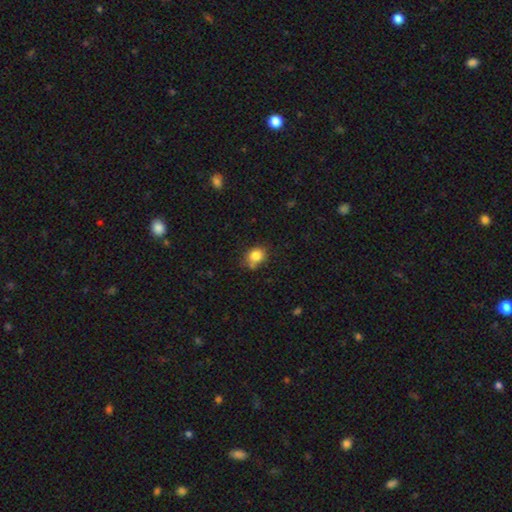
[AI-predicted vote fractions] Smooth or featured? Predicted: smooth (p=0.82). How rounded? Predicted: round (p=0.62). Merging? Predicted: none (p=0.64).